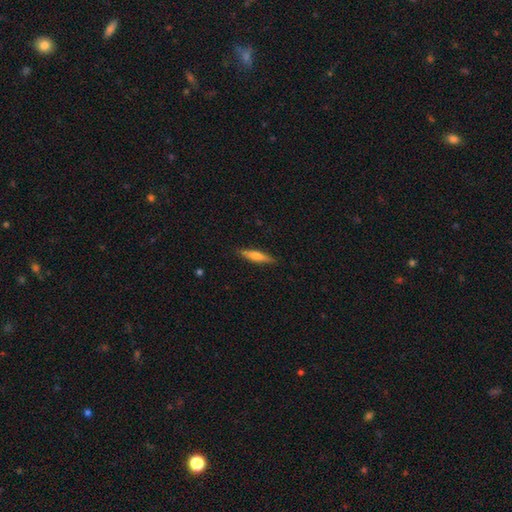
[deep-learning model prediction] Q: Smooth or featured?
A: smooth (55%); runner-up: featured or disk (39%)
Q: How rounded?
A: cigar-shaped (83%); runner-up: in between (16%)
Q: Merging?
A: none (87%); runner-up: minor disturbance (10%)